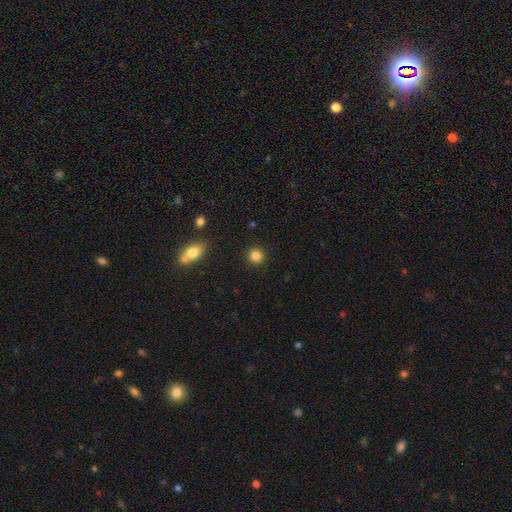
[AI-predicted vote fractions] A smooth galaxy with no disk features (85%) that is round (92%). Merging: none (91%).